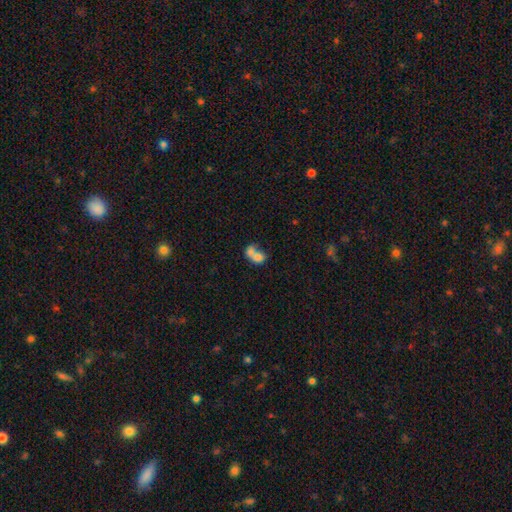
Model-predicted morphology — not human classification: A smooth galaxy with no disk features (72%) that is in between round and cigar-shaped (63%).

Vote fractions:
- Smooth or featured? smooth: 72% / featured or disk: 19% / star or artifact: 9%
- How rounded? in between: 63% / round: 35% / cigar-shaped: 1%
- Merging? merger: 73% / none: 15% / minor disturbance: 6% / major disturbance: 5%